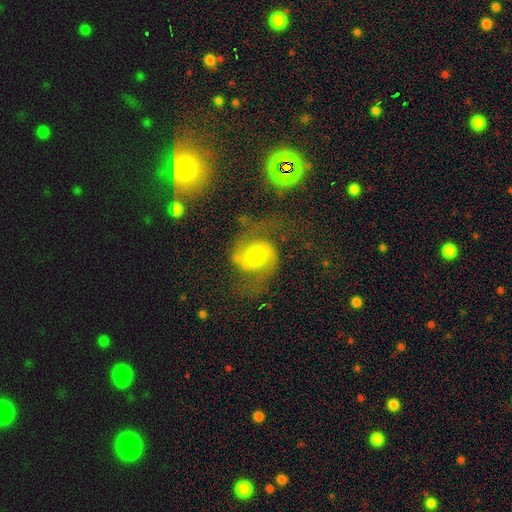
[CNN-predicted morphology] This appears to be a featured or disk galaxy (78%) with no bar (60%), 2 (93%) medium (47%) spiral arms (95%) and a moderate central bulge (70%). Merging: none (61%).